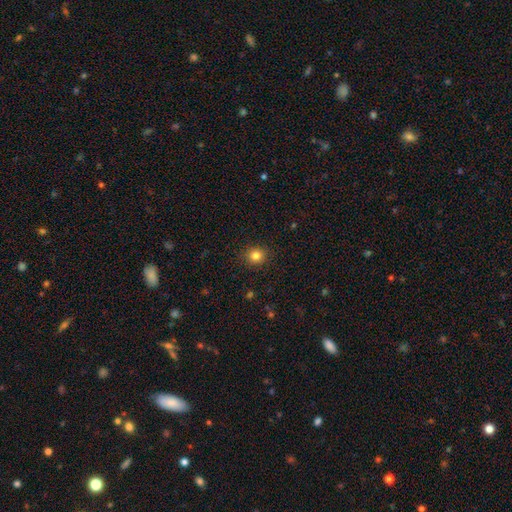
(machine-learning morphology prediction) A smooth galaxy with no disk features (82%) that is round (84%). Merging: none (91%).